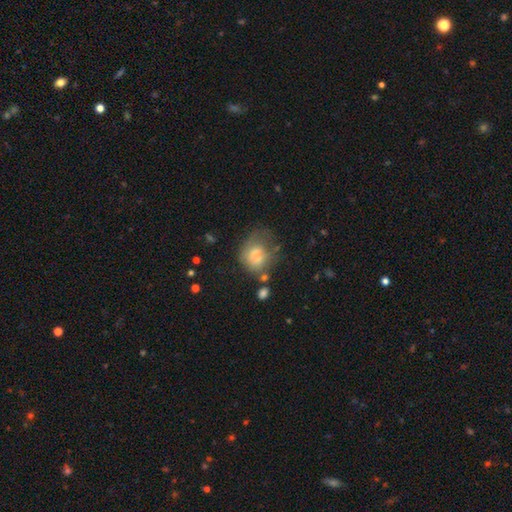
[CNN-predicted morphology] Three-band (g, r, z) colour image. It shows a smooth galaxy with no disk features (65%) that is round (56%). Merging: none (31%).